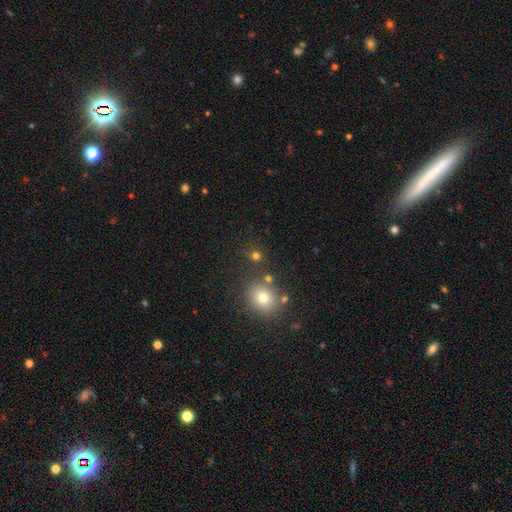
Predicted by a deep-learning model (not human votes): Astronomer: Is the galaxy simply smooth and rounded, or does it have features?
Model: smooth — 71%.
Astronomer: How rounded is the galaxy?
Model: round — 83%.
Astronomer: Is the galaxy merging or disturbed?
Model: none — 78%.